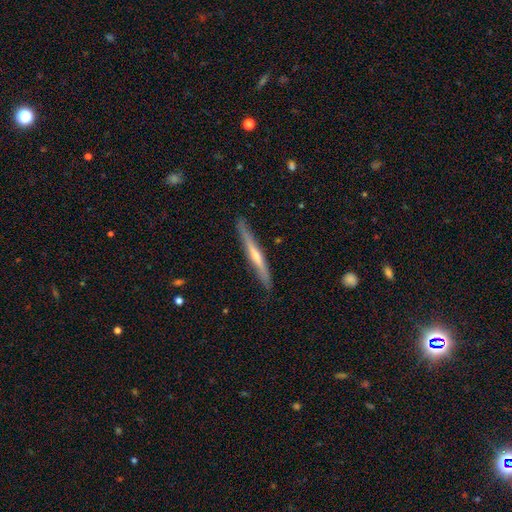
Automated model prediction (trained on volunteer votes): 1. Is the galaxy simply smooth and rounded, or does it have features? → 64% featured or disk, 30% smooth, 6% star or artifact.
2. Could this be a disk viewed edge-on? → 96% yes, 4% no.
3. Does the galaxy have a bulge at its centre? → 60% rounded, 33% none, 7% boxy.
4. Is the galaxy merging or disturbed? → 87% none, 10% minor disturbance, 2% major disturbance, 1% merger.